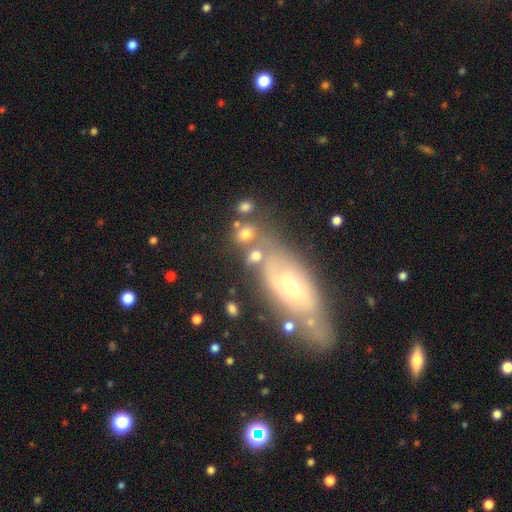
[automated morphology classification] Q: Smooth or featured?
A: smooth (67%); runner-up: featured or disk (20%)
Q: How rounded?
A: in between (60%); runner-up: round (36%)
Q: Merging?
A: none (49%); runner-up: merger (29%)